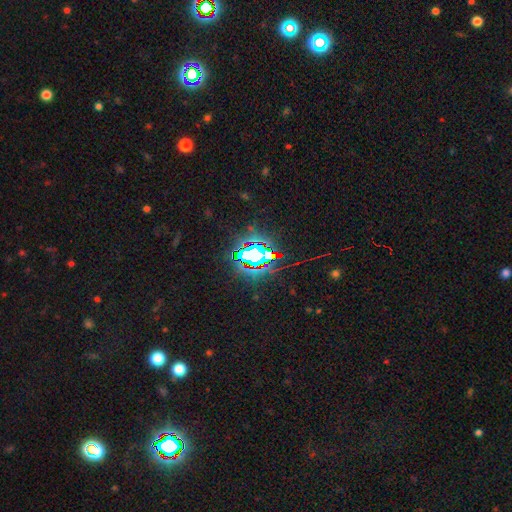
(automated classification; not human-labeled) star or artifact 75%, featured or disk 13%, smooth 13%.